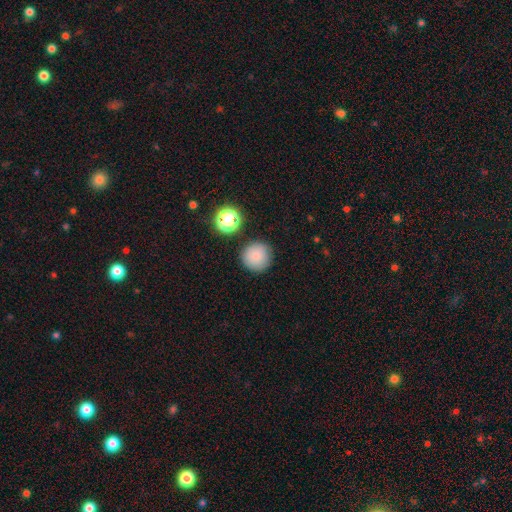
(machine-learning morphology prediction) This appears to be a smooth galaxy with no disk features (83%) that is round (95%). Merging: none (85%).